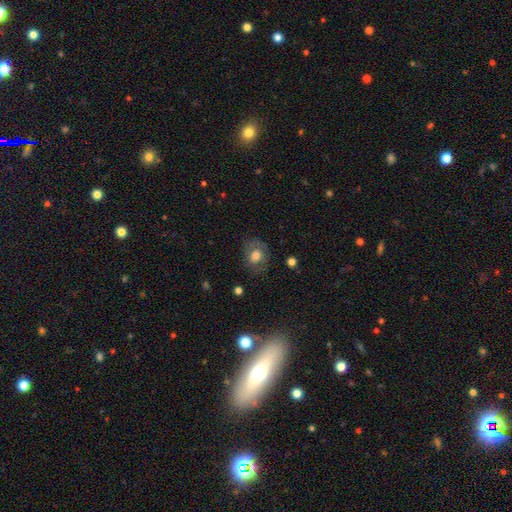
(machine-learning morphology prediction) This appears to be a smooth galaxy with no disk features (54%) that is round (55%). Merging: none (66%).